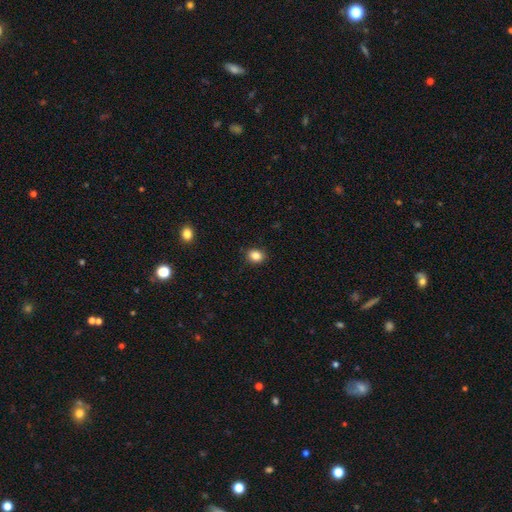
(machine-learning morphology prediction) smooth_or_featured: smooth (p=0.86) [alt: star or artifact p=0.10]
how_rounded: in between (p=0.50) [alt: round p=0.49]
merging: none (p=0.89) [alt: minor disturbance p=0.08]